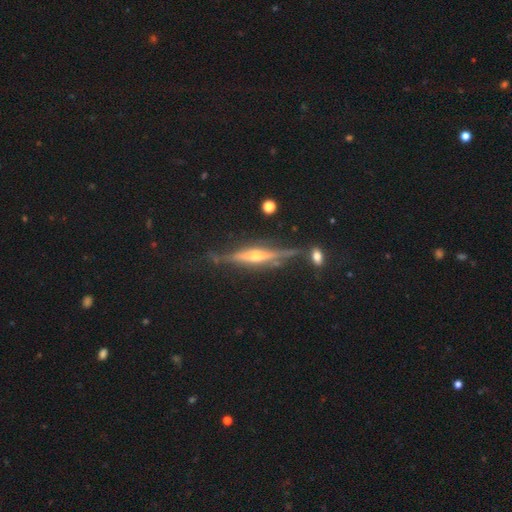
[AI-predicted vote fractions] Q: Smooth or featured?
A: featured or disk (82%); runner-up: smooth (11%)
Q: Edge-on disk?
A: yes (95%); runner-up: no (5%)
Q: Edge-on bulge?
A: rounded (86%); runner-up: none (8%)
Q: Merging?
A: none (72%); runner-up: minor disturbance (16%)